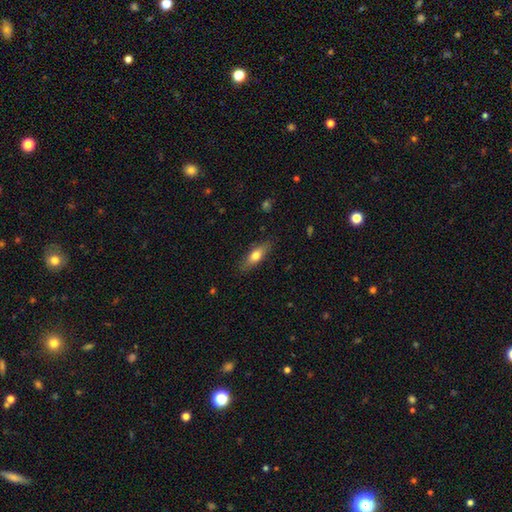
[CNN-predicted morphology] smooth-or-featured: smooth: 69% | featured or disk: 25% | star or artifact: 7%
  how-rounded: in between: 58% | cigar-shaped: 39% | round: 3%
  merging: none: 84% | minor disturbance: 12% | major disturbance: 3% | merger: 1%